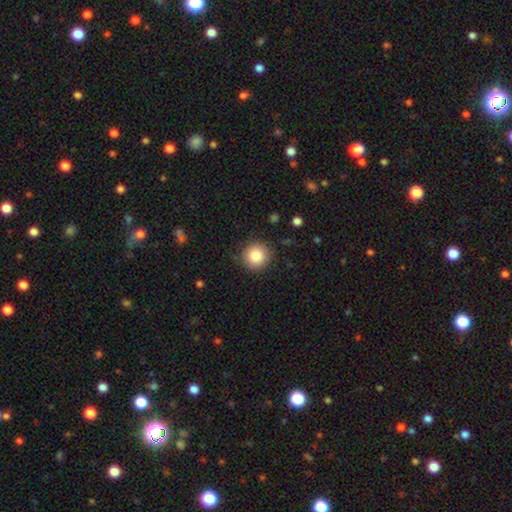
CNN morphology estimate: type=smooth (85%); roundness=round (93%); merging=none (87%).